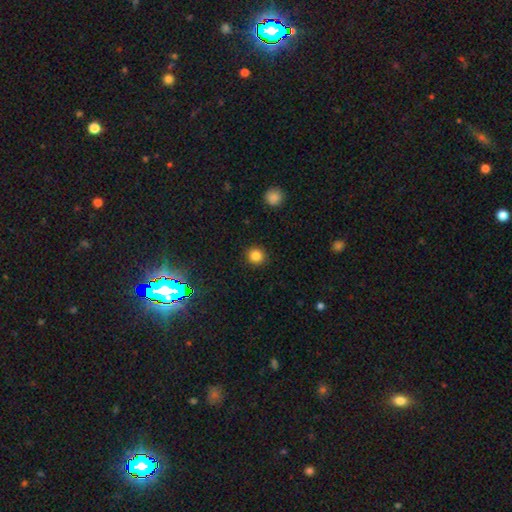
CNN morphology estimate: smooth_or_featured: smooth (p=0.83) [alt: star or artifact p=0.12]
how_rounded: round (p=0.92) [alt: in between p=0.07]
merging: none (p=0.92) [alt: minor disturbance p=0.05]